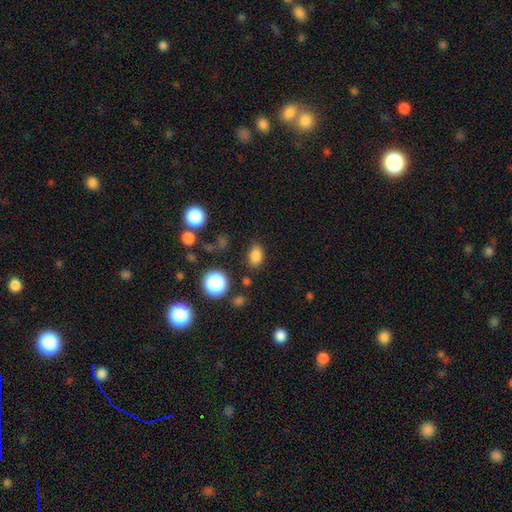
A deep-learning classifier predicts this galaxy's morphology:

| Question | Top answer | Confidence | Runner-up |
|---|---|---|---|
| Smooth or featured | smooth | 82% | star or artifact (13%) |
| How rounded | in between | 76% | round (23%) |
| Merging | none | 83% | minor disturbance (11%) |